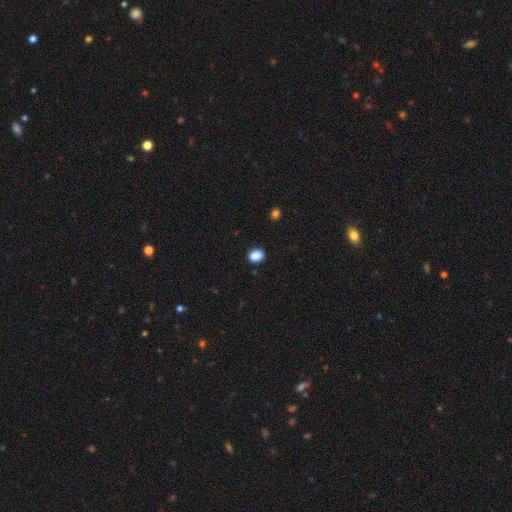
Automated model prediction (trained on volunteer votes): This is clearly a smooth galaxy (88%). How rounded: likely round (63%). Merging: clearly none (90%).